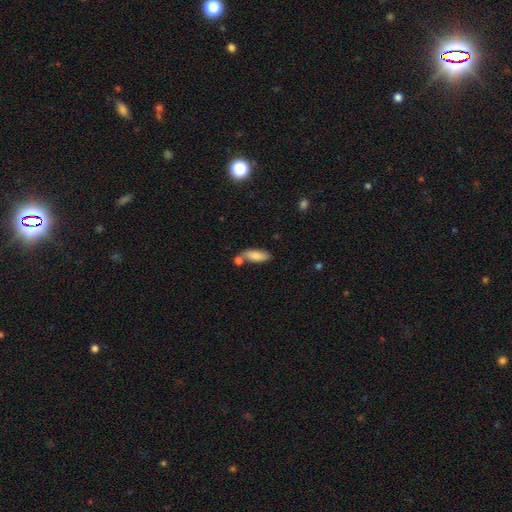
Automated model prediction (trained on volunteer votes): The model was most divided on "merging": none: 64%, merger: 19%, minor disturbance: 14%, major disturbance: 3%. More confident: smooth or featured — smooth (84%); how rounded — in between (73%).